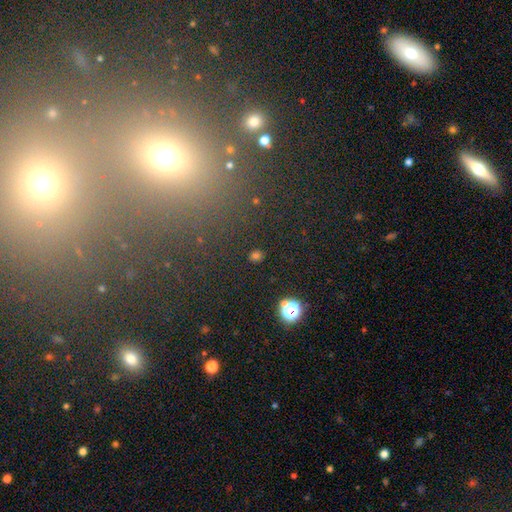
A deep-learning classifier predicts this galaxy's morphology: Smooth or featured?
  - star or artifact: 48% *
  - smooth: 40%
  - featured or disk: 12%